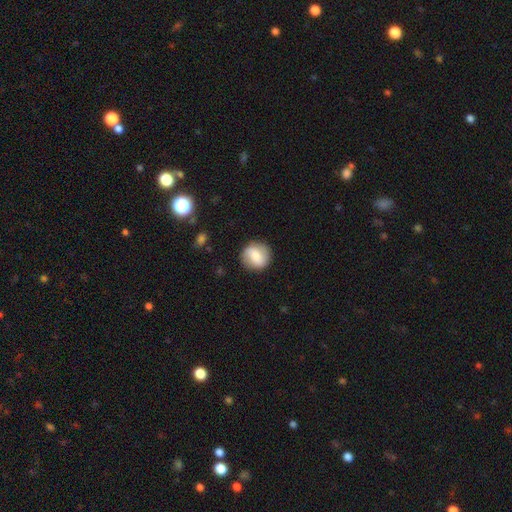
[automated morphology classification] smooth-or-featured: smooth: 68% | featured or disk: 25% | star or artifact: 7%
  how-rounded: round: 88% | in between: 11% | cigar-shaped: 1%
  merging: none: 87% | minor disturbance: 9% | major disturbance: 3% | merger: 1%